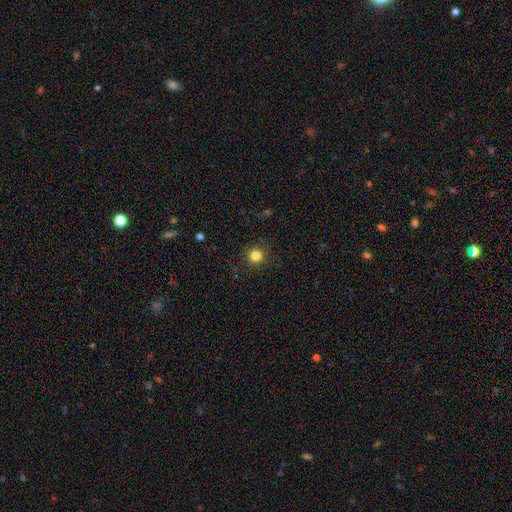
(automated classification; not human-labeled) This is clearly a smooth galaxy (83%). How rounded: clearly round (95%). Merging: clearly none (91%).